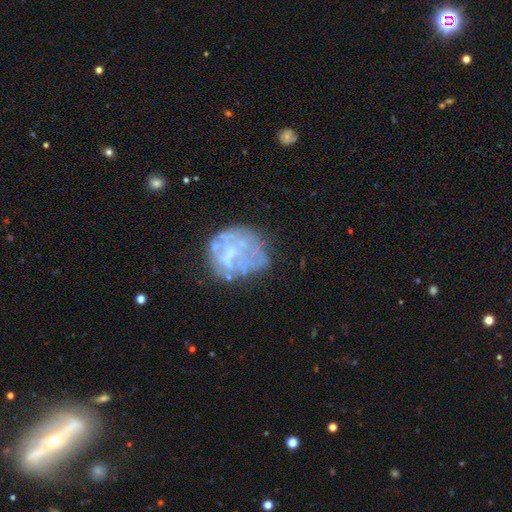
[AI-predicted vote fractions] The model was most divided on "merging": none: 52%, minor disturbance: 22%, major disturbance: 21%, merger: 5%. More confident: edge-on disk — no (98%); bar — no (84%); spiral arms — no (83%); bulge size — none (65%); smooth or featured — featured or disk (65%).